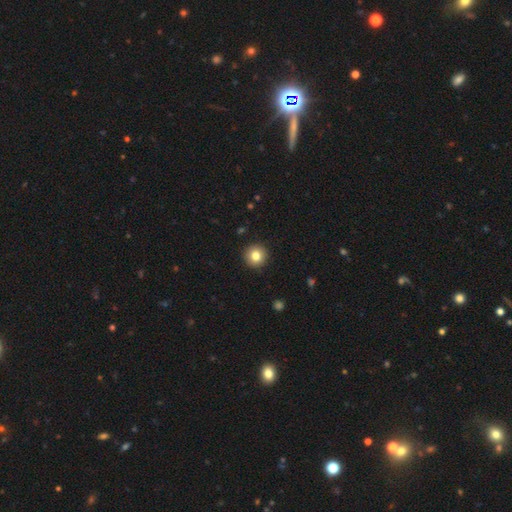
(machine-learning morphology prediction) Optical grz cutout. It shows a smooth galaxy with no disk features (82%) that is round (95%). Merging: none (93%).